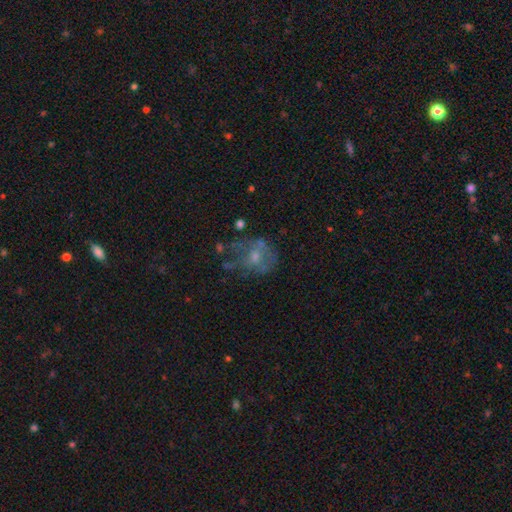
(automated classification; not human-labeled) This appears to be a featured or disk galaxy (47%). Merging: none (38%).